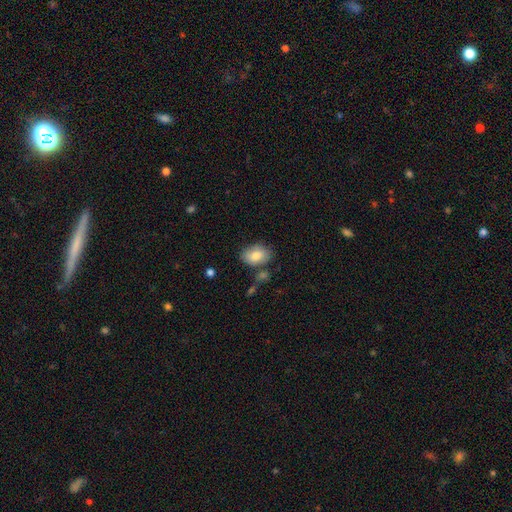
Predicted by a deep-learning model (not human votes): Smooth or featured: smooth — 80% (featured or disk — 13%)
How rounded: in between — 83% (round — 15%)
Merging: none — 72% (minor disturbance — 16%)